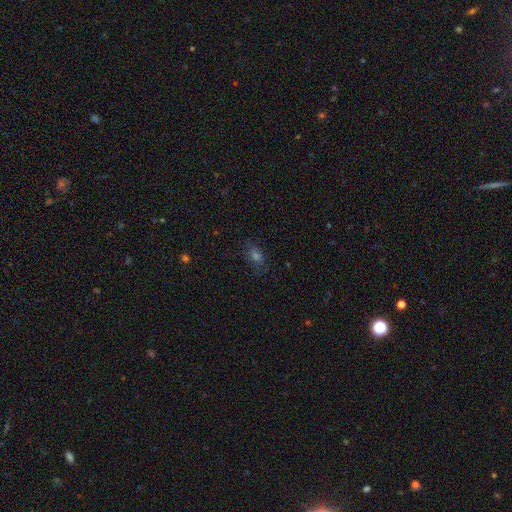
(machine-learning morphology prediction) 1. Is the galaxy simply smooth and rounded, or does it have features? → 52% smooth, 32% star or artifact, 17% featured or disk.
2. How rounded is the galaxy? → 73% in between, 24% round, 3% cigar-shaped.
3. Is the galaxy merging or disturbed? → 78% none, 15% minor disturbance, 6% major disturbance, 2% merger.